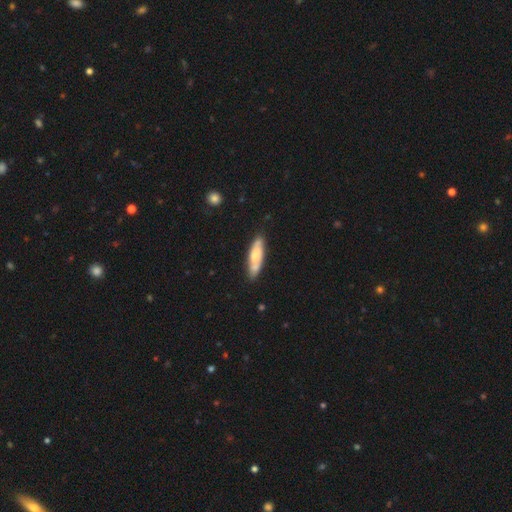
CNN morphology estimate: This appears to be a smooth galaxy with no disk features (61%) that is cigar-shaped (64%). Merging: none (73%).